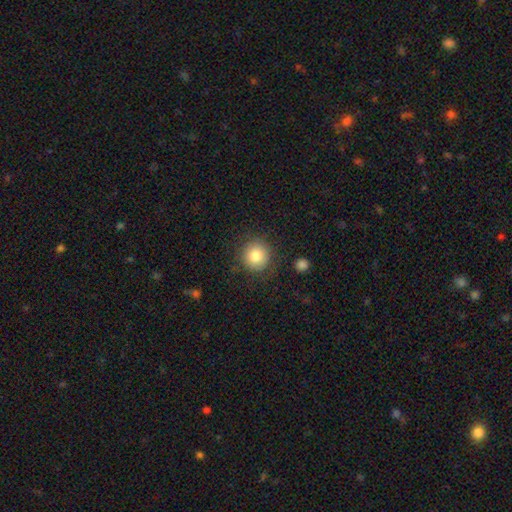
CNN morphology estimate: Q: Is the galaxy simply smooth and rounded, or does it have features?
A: smooth — 81%.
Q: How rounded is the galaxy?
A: round — 92%.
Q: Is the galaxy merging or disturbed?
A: none — 84%.